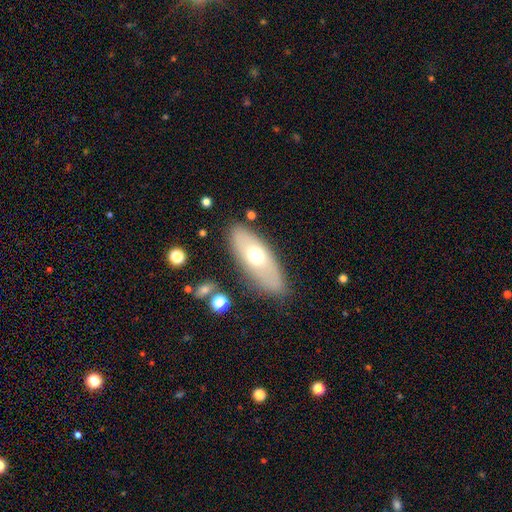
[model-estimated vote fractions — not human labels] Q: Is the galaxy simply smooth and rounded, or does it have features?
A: smooth — 59%.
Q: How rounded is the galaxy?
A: in between — 76%.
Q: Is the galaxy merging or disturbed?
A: none — 81%.